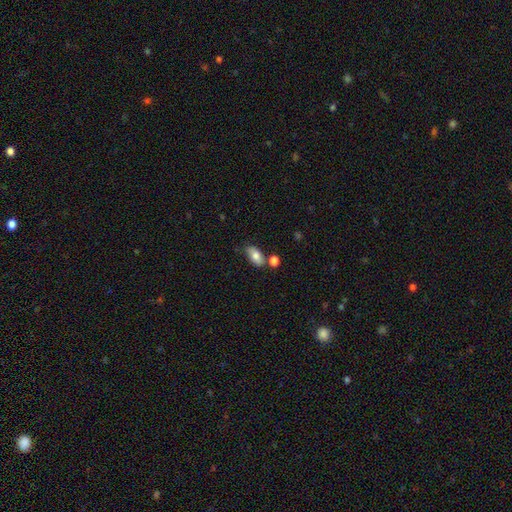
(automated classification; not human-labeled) smooth-or-featured: smooth: 78% | featured or disk: 15% | star or artifact: 7%
  how-rounded: in between: 91% | cigar-shaped: 4% | round: 4%
  merging: none: 65% | minor disturbance: 17% | merger: 14% | major disturbance: 4%